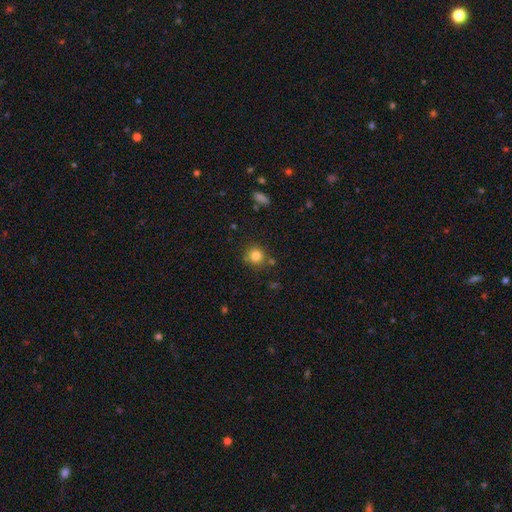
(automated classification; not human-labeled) Q: Smooth or featured?
A: smooth (82%); runner-up: star or artifact (12%)
Q: How rounded?
A: round (92%); runner-up: in between (7%)
Q: Merging?
A: none (80%); runner-up: minor disturbance (10%)